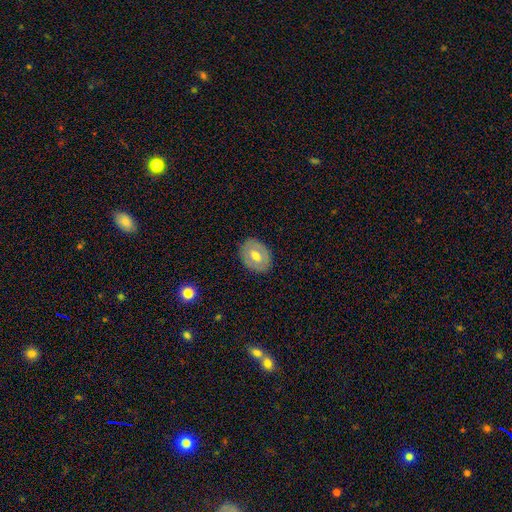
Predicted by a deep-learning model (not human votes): A smooth galaxy with no disk features (54%) that is in between round and cigar-shaped (63%). Merging: none (85%).